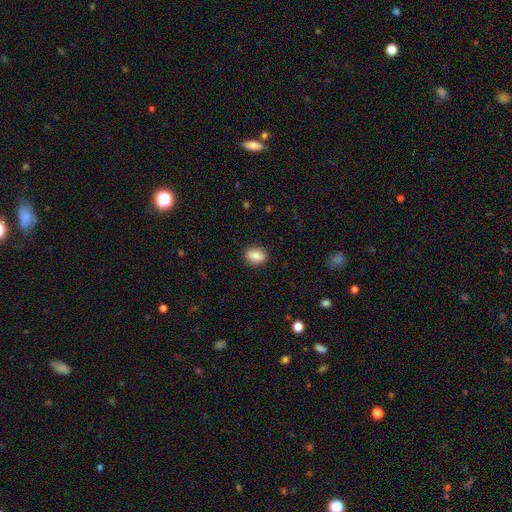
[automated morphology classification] Smooth or featured? Predicted: smooth (p=0.84). How rounded? Predicted: in between (p=0.66). Merging? Predicted: none (p=0.88).